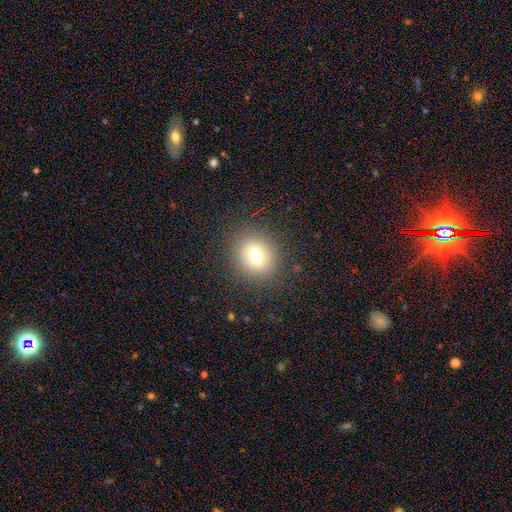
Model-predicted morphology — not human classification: Smooth or featured?
  - smooth: 67% *
  - featured or disk: 18%
  - star or artifact: 15%
How rounded?
  - round: 65% *
  - in between: 34%
  - cigar-shaped: 1%
Merging?
  - none: 84% *
  - minor disturbance: 10%
  - major disturbance: 5%
  - merger: 1%